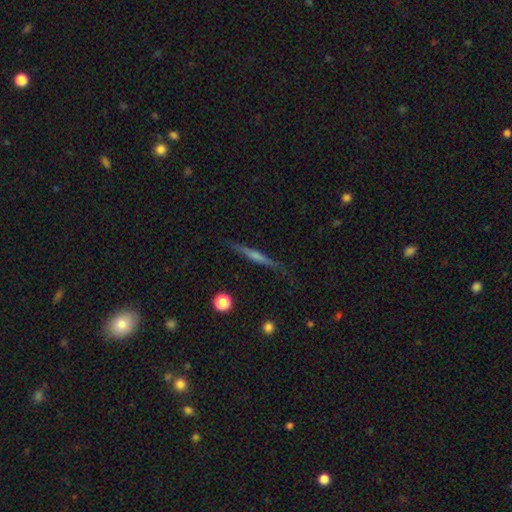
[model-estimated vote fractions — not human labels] smooth-or-featured: featured or disk: 62% | smooth: 31% | star or artifact: 7%
  disk-edge-on: yes: 97% | no: 3%
    edge-on-bulge: rounded: 53% | none: 36% | boxy: 12%
  merging: none: 87% | minor disturbance: 10% | major disturbance: 2% | merger: 1%